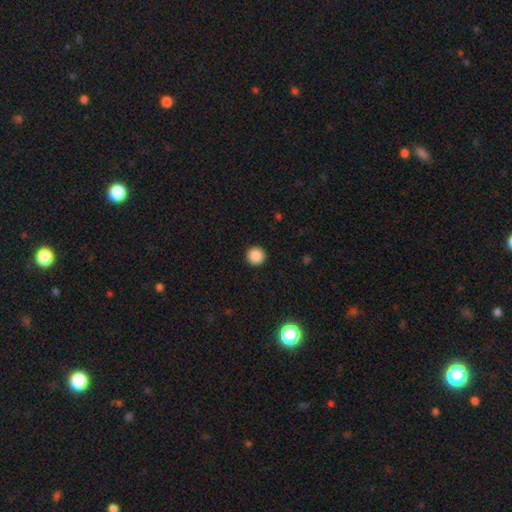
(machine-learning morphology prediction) This is clearly a smooth galaxy (87%). How rounded: clearly round (97%). Merging: clearly none (93%).